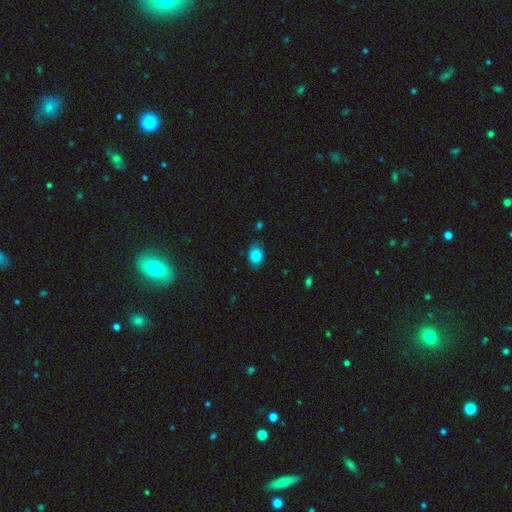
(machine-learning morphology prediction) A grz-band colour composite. It shows a smooth galaxy with no disk features (85%) that is in between round and cigar-shaped (75%). Merging: none (74%).